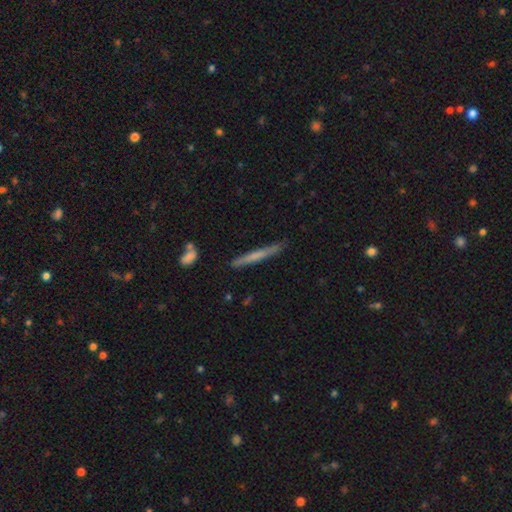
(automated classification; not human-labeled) smooth-or-featured: smooth: 55% | featured or disk: 39% | star or artifact: 6%
  how-rounded: cigar-shaped: 96% | in between: 2% | round: 2%
  merging: none: 84% | minor disturbance: 12% | merger: 2% | major disturbance: 2%